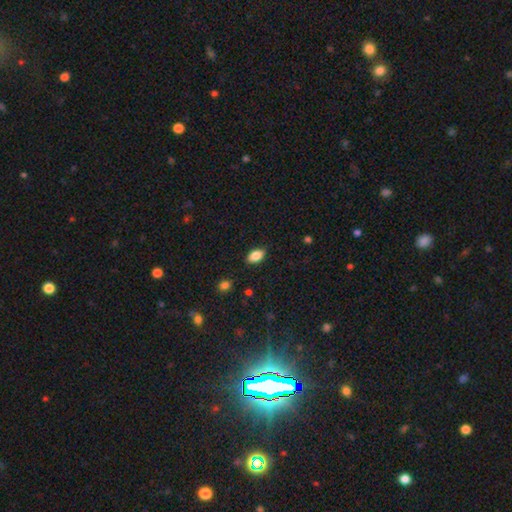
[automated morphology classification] Overall: smooth (86%). How rounded: in between (91%). Merging: none (86%).